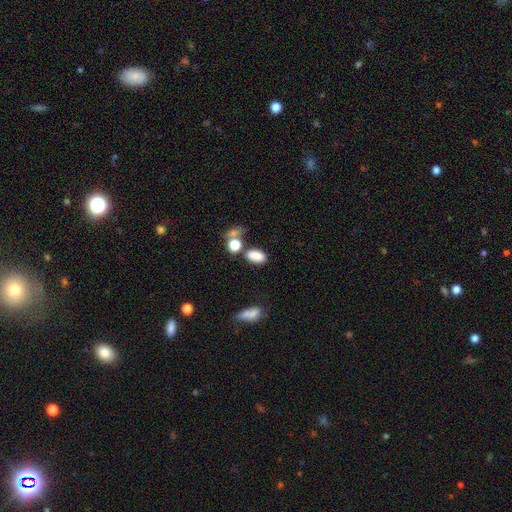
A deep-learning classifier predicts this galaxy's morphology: A smooth galaxy with no disk features (82%) that is in between round and cigar-shaped (88%). Merging: none (61%).